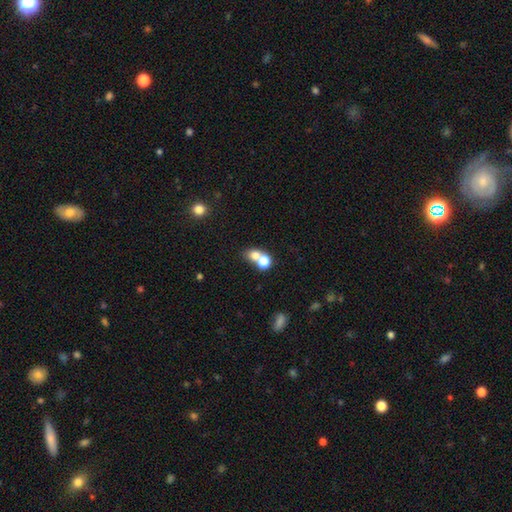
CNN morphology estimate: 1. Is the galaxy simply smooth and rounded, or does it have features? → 73% smooth, 14% star or artifact, 13% featured or disk.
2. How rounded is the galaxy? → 60% round, 39% in between, 1% cigar-shaped.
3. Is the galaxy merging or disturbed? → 56% merger, 34% none, 7% minor disturbance, 4% major disturbance.